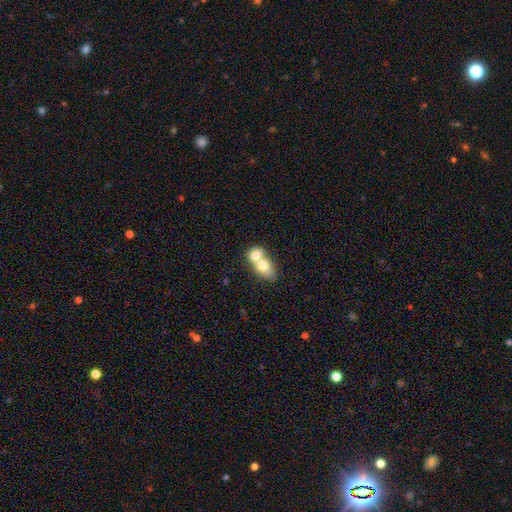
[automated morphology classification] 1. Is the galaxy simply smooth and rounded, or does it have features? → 72% smooth, 21% featured or disk, 7% star or artifact.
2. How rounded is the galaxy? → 59% in between, 40% round, 2% cigar-shaped.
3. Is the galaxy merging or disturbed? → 78% merger, 15% none, 4% minor disturbance, 3% major disturbance.